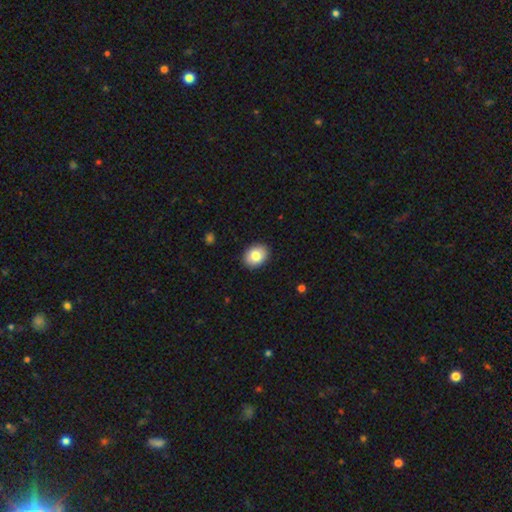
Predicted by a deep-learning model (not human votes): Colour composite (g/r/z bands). It shows a smooth galaxy with no disk features (82%) that is in between round and cigar-shaped (63%). Merging: none (90%).